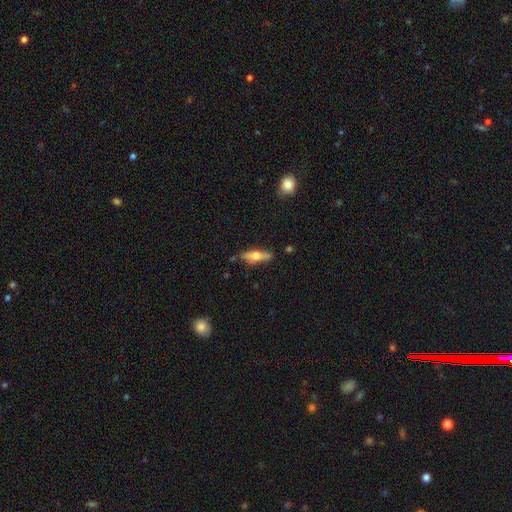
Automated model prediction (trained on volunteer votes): The model was most divided on "smooth or featured": featured or disk: 51%, smooth: 42%, star or artifact: 6%. More confident: edge-on disk — yes (92%); merging — none (80%).